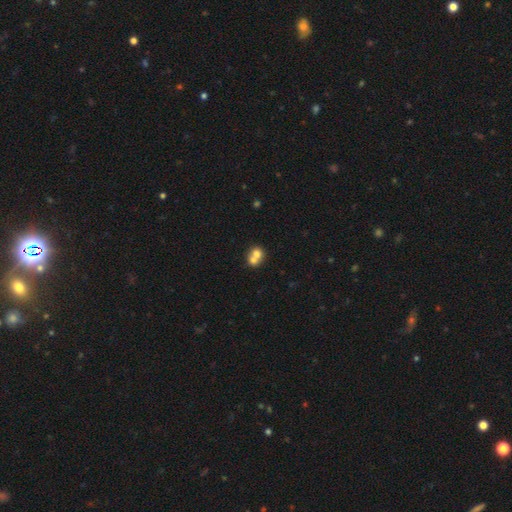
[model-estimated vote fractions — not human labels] A smooth galaxy with no disk features (69%) that is round (73%).

Vote fractions:
- Smooth or featured? smooth: 69% / featured or disk: 21% / star or artifact: 10%
- How rounded? round: 73% / in between: 26% / cigar-shaped: 1%
- Merging? merger: 66% / none: 27% / minor disturbance: 5% / major disturbance: 2%